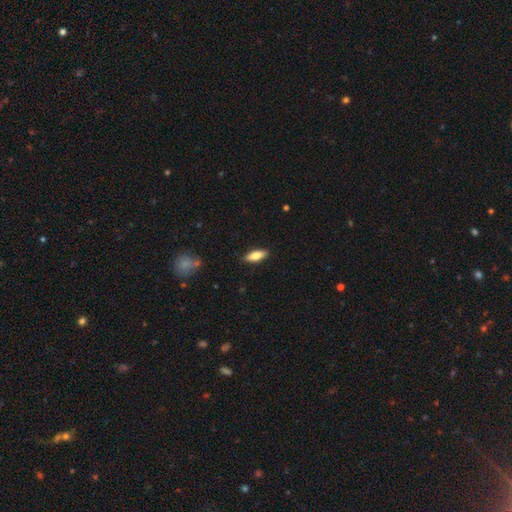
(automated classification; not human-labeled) This appears to be a smooth galaxy with no disk features (75%) that is in between round and cigar-shaped (69%). Merging: none (88%).